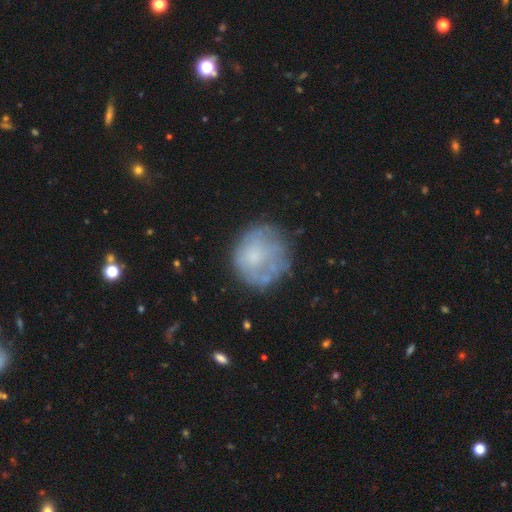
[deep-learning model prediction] Smooth or featured: smooth — 54% (featured or disk — 37%)
How rounded: round — 84% (in between — 15%)
Merging: none — 61% (minor disturbance — 22%)